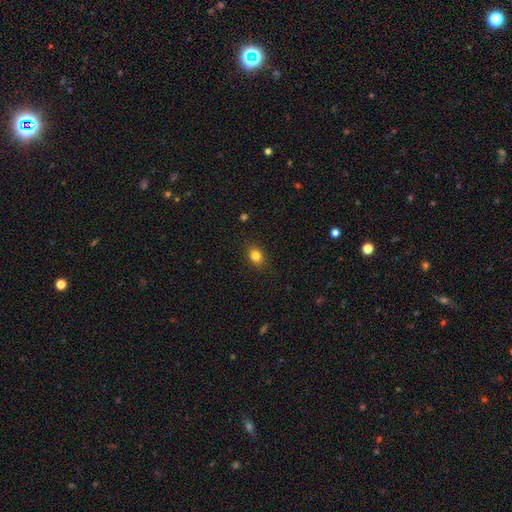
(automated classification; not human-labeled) smooth-or-featured: smooth: 83% | star or artifact: 11% | featured or disk: 7%
  how-rounded: in between: 57% | round: 41% | cigar-shaped: 1%
  merging: none: 88% | minor disturbance: 9% | major disturbance: 2% | merger: 1%